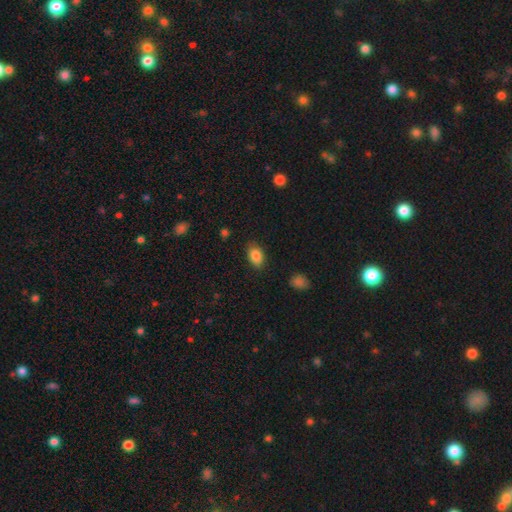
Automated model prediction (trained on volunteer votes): smooth_or_featured: smooth (p=0.85) [alt: star or artifact p=0.08]
how_rounded: in between (p=0.85) [alt: round p=0.13]
merging: none (p=0.84) [alt: minor disturbance p=0.12]